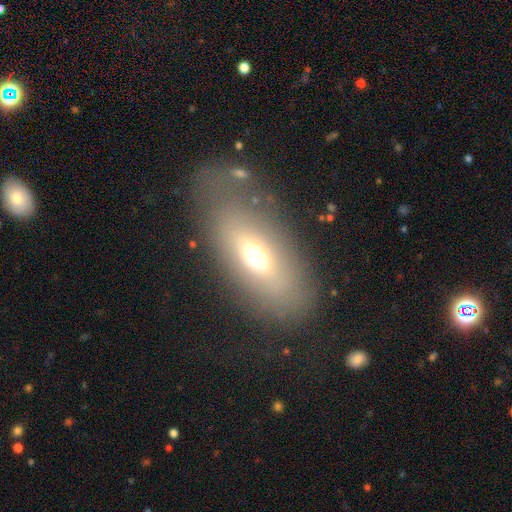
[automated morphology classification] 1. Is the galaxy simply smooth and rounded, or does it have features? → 59% smooth, 29% featured or disk, 12% star or artifact.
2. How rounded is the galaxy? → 79% in between, 15% cigar-shaped, 6% round.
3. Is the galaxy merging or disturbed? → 65% none, 17% minor disturbance, 14% major disturbance, 4% merger.